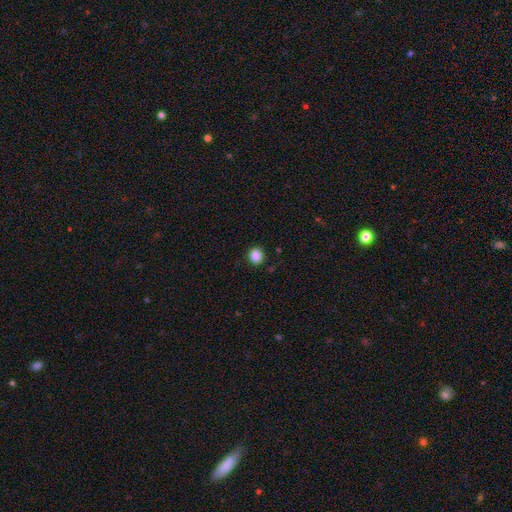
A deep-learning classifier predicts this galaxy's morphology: Overall: smooth (87%). How rounded: round (86%). Merging: none (90%).